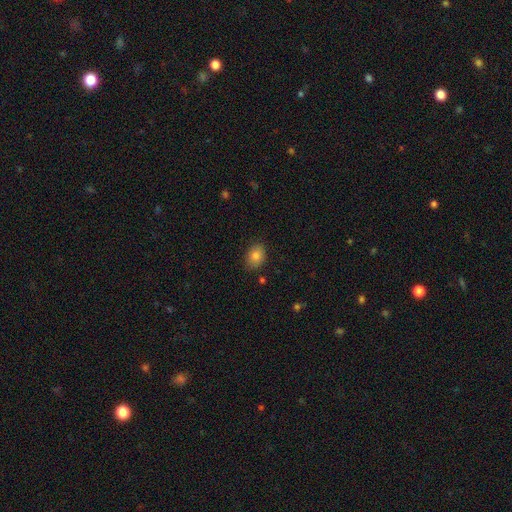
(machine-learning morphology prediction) Smooth or featured: smooth — 83% (star or artifact — 9%)
How rounded: in between — 71% (round — 28%)
Merging: none — 85% (minor disturbance — 11%)